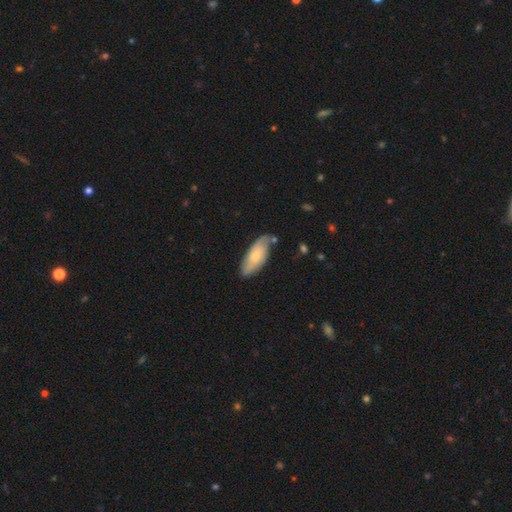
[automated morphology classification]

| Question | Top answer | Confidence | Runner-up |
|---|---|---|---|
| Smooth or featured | smooth | 58% | featured or disk (36%) |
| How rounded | in between | 82% | cigar-shaped (16%) |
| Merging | none | 66% | minor disturbance (25%) |